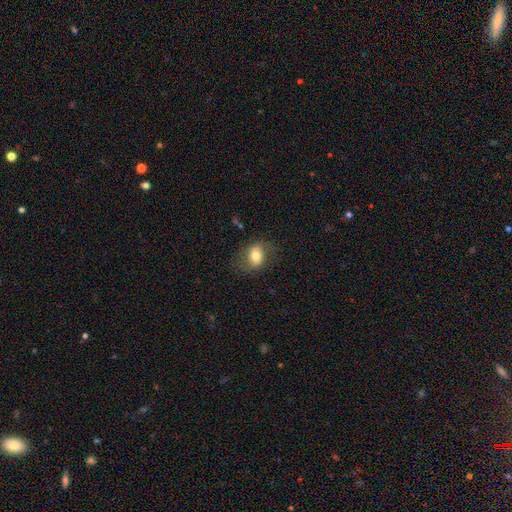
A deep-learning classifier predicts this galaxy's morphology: A smooth galaxy with no disk features (63%) that is in between round and cigar-shaped (67%).

Vote fractions:
- Smooth or featured? smooth: 63% / featured or disk: 29% / star or artifact: 8%
- How rounded? in between: 67% / round: 32% / cigar-shaped: 2%
- Merging? none: 70% / minor disturbance: 19% / major disturbance: 9% / merger: 1%